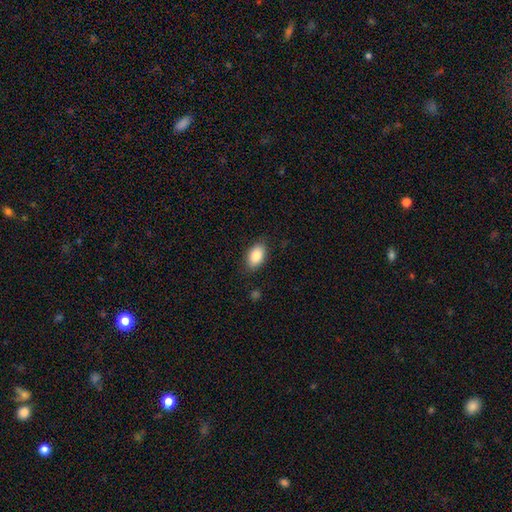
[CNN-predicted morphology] A smooth galaxy with no disk features (85%) that is in between round and cigar-shaped (92%). Merging: none (86%).